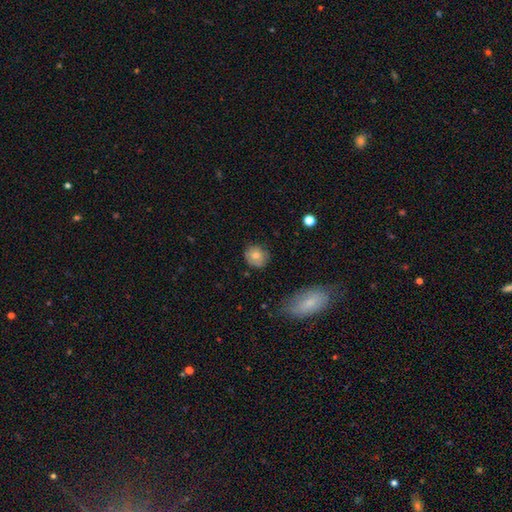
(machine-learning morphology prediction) smooth-or-featured: smooth: 75% | featured or disk: 17% | star or artifact: 8%
  how-rounded: round: 76% | in between: 23% | cigar-shaped: 1%
  merging: none: 74% | minor disturbance: 19% | major disturbance: 4% | merger: 2%